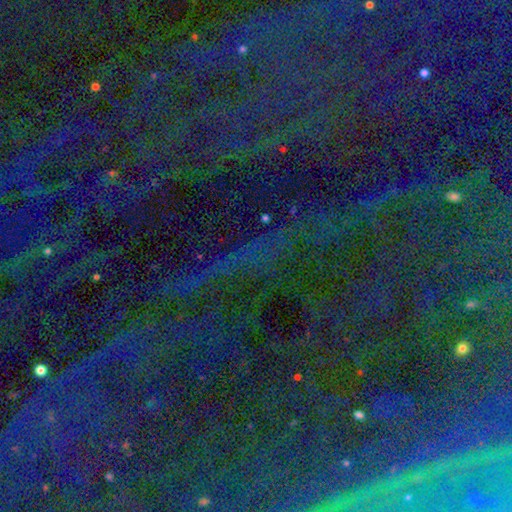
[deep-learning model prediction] Morphology: type=star or artifact (82%).